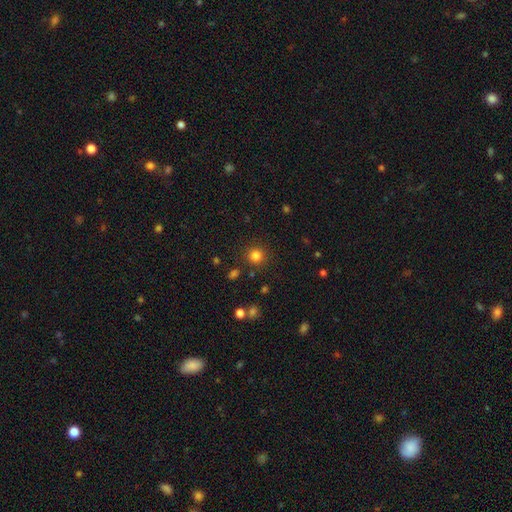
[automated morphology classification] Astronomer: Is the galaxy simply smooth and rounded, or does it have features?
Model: smooth — 81%.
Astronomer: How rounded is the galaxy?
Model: round — 93%.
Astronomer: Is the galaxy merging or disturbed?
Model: none — 88%.